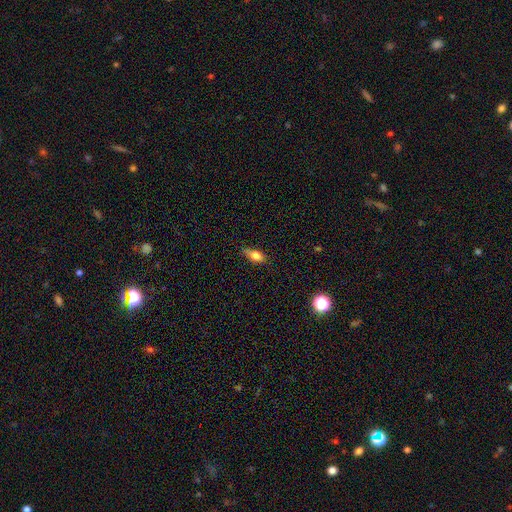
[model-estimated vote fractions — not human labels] A smooth galaxy with no disk features (75%) that is in between round and cigar-shaped (77%).

Vote fractions:
- Smooth or featured? smooth: 75% / featured or disk: 16% / star or artifact: 9%
- How rounded? in between: 77% / cigar-shaped: 16% / round: 6%
- Merging? none: 69% / minor disturbance: 25% / major disturbance: 5% / merger: 2%